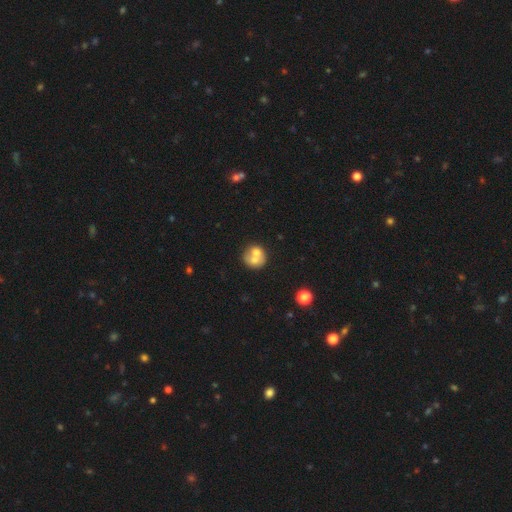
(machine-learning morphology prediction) A smooth galaxy with no disk features (63%) that is round (76%). Merging: merger (57%).